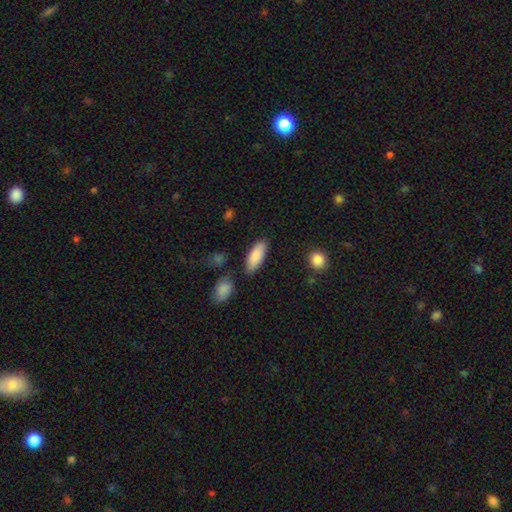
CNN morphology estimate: This appears to be a smooth galaxy with no disk features (86%) that is in between round and cigar-shaped (78%). Merging: none (81%).